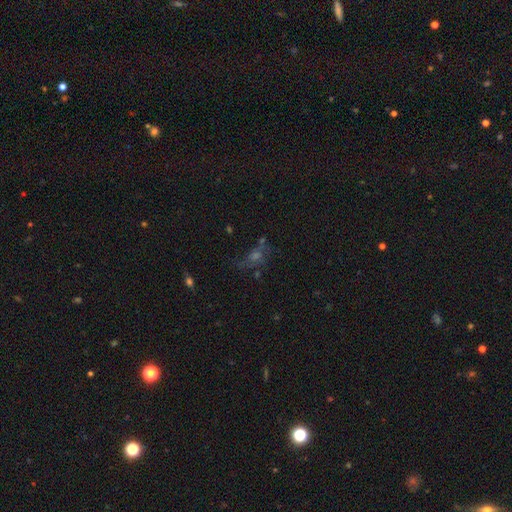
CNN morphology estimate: Smooth or featured: star or artifact — 42% (smooth — 30%)